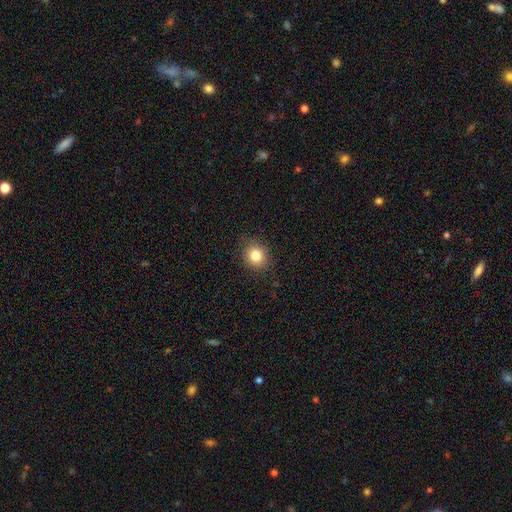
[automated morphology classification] A smooth galaxy with no disk features (82%) that is round (77%). Merging: none (88%).